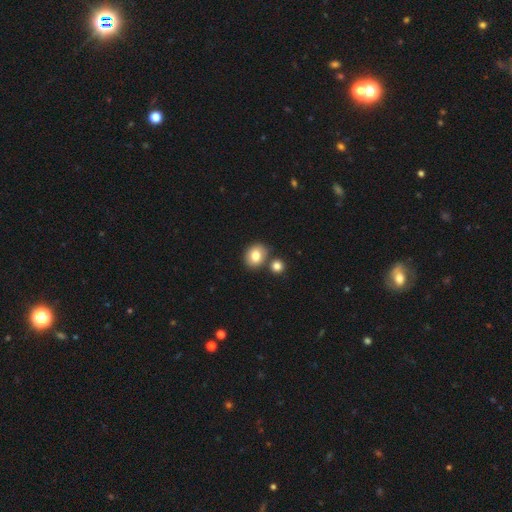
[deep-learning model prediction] Smooth or featured? smooth (81%)
How rounded? round (55%)
Merging? none (67%)